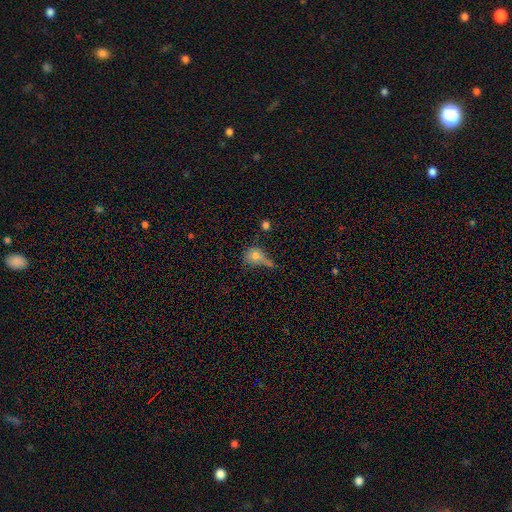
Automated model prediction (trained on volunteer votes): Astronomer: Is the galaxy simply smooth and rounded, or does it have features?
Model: smooth — 70%.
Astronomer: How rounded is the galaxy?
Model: round — 68%.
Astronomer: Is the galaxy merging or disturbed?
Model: none — 34% (runner-up: major disturbance, 24%).